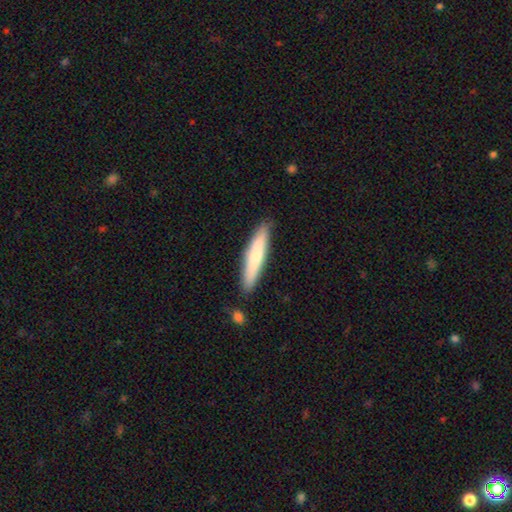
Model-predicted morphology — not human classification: smooth-or-featured: smooth: 69% | featured or disk: 26% | star or artifact: 5%
  how-rounded: cigar-shaped: 88% | in between: 10% | round: 1%
  merging: none: 86% | minor disturbance: 10% | merger: 3% | major disturbance: 2%